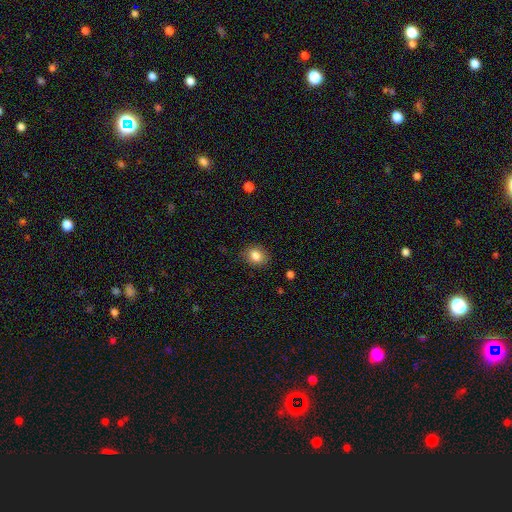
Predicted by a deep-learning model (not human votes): Smooth or featured? Predicted: smooth (p=0.84). How rounded? Predicted: round (p=0.51). Merging? Predicted: none (p=0.85).